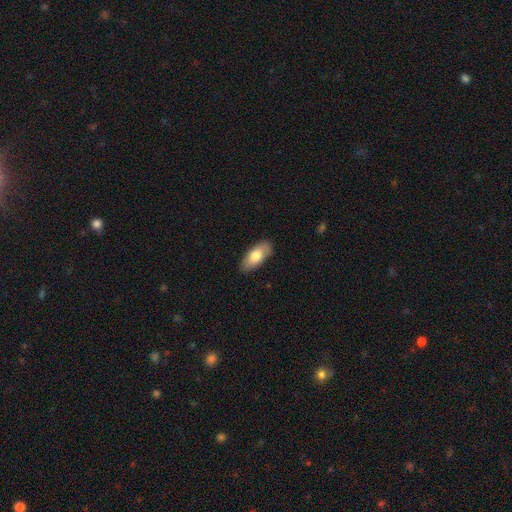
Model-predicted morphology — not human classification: Smooth or featured? Predicted: smooth (p=0.74). How rounded? Predicted: in between (p=0.90). Merging? Predicted: none (p=0.86).